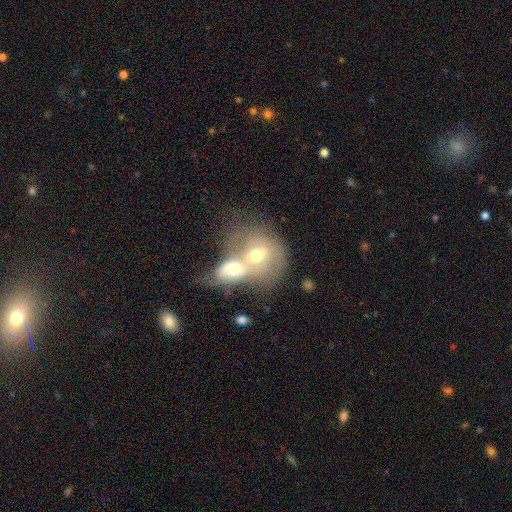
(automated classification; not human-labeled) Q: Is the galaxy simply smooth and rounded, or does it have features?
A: featured or disk — 46%.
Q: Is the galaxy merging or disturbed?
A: merger — 78%.